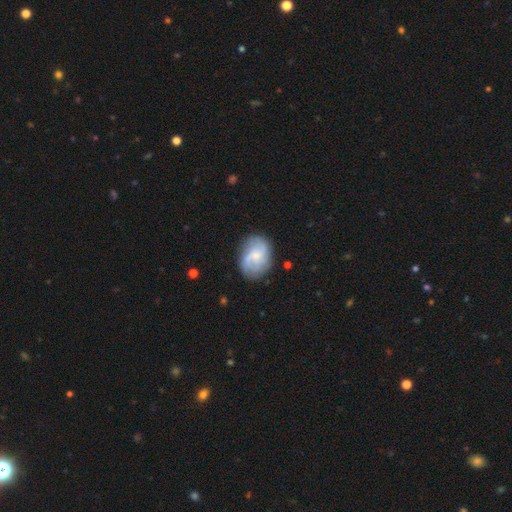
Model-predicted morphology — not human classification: This is likely a featured or disk galaxy (61%). It is clearly not viewed edge-on (98%). Bar: possibly no (55%). Spiral arm pattern: clearly yes (88%). Spiral arm count: marginally 2 (40%). Spiral winding: marginally medium (42%). Central bulge: possibly small (54%). Merging: likely none (72%).